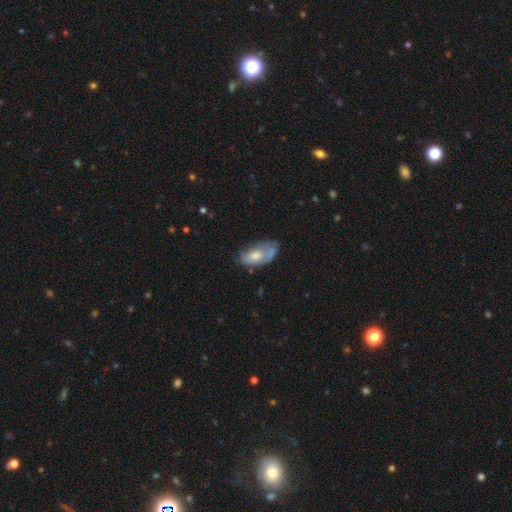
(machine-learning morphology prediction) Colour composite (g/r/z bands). It shows a featured or disk galaxy (47%). Merging: none (48%).